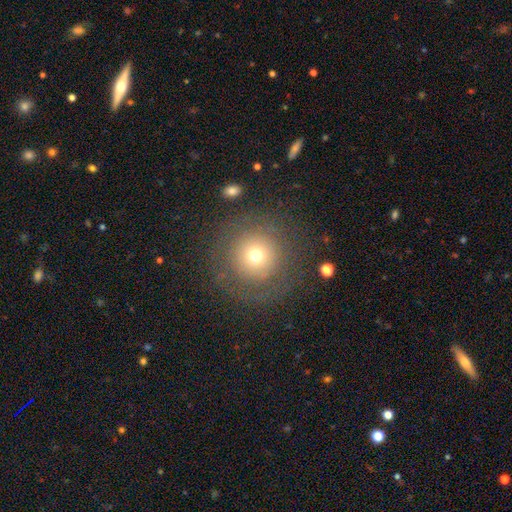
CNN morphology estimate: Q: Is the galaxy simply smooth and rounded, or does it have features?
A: smooth — 63%.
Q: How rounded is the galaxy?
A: round — 94%.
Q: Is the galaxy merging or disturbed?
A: none — 79%.